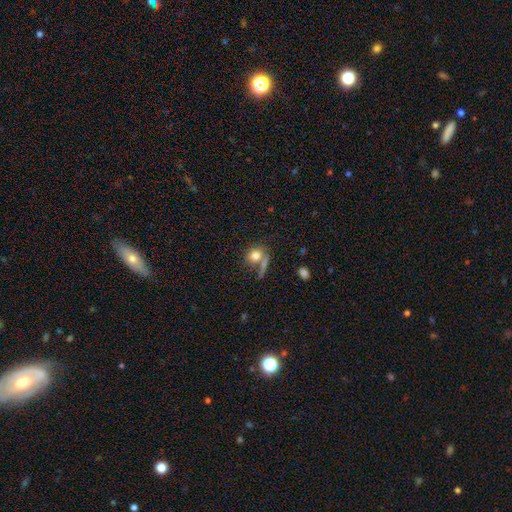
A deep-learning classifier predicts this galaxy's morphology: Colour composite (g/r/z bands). It shows a smooth galaxy with no disk features (78%) that is round (67%). Merging: none (53%).